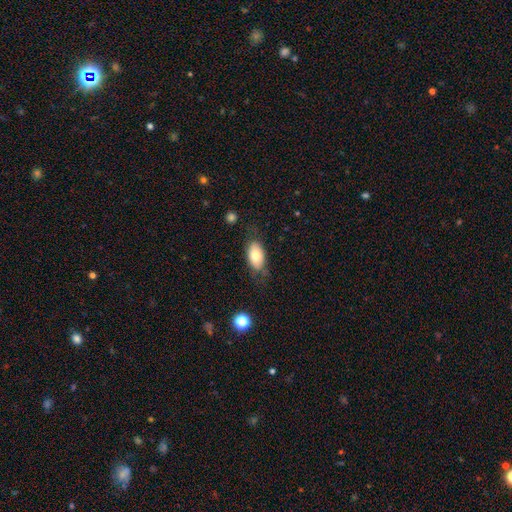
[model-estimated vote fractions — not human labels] This is likely a smooth galaxy (74%). How rounded: clearly in between (92%). Merging: likely none (70%).